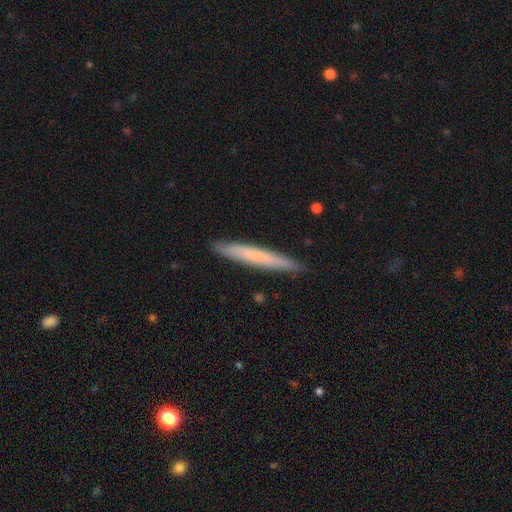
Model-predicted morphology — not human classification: Smooth or featured? Predicted: smooth (p=0.62). How rounded? Predicted: cigar-shaped (p=0.96). Merging? Predicted: none (p=0.90).